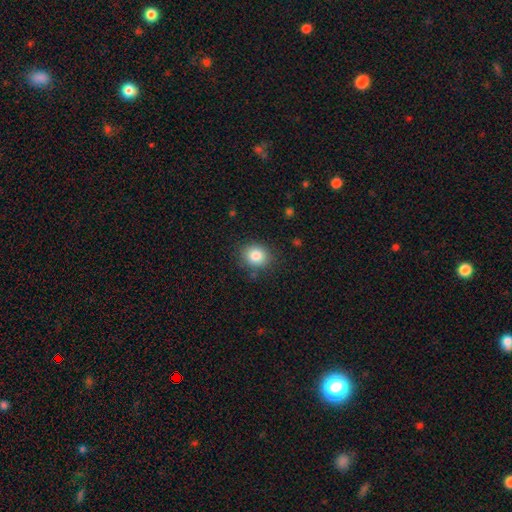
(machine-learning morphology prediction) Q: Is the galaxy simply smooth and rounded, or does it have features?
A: smooth — 84%.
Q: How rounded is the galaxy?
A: round — 71%.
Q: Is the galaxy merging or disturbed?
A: none — 84%.